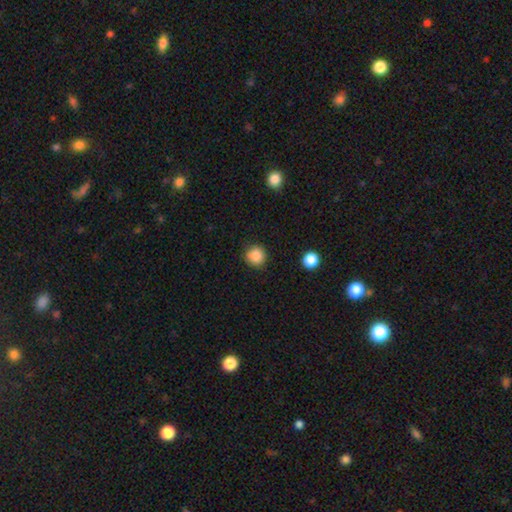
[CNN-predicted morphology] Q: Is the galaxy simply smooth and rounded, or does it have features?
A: smooth — 87%.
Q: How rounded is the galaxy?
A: round — 93%.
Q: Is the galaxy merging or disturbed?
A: none — 87%.